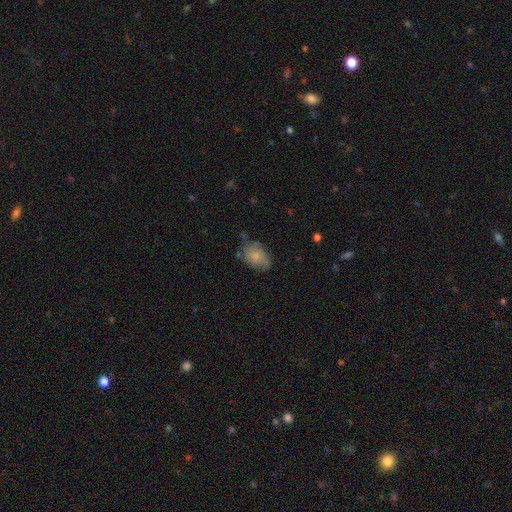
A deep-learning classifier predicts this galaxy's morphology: This appears to be a smooth galaxy with no disk features (65%) that is in between round and cigar-shaped (81%). Merging: none (50%).